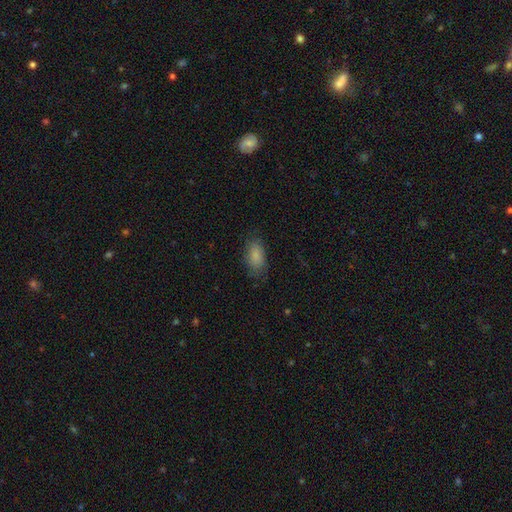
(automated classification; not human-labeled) This is clearly a smooth galaxy (86%). How rounded: clearly in between (91%). Merging: likely none (77%).